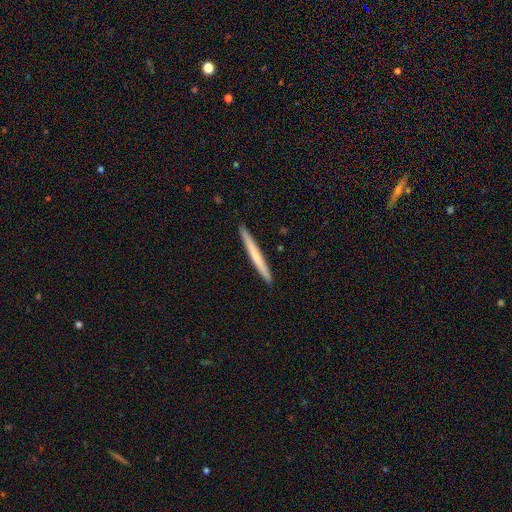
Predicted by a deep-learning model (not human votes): Smooth or featured?
  - smooth: 60% *
  - featured or disk: 35%
  - star or artifact: 5%
How rounded?
  - cigar-shaped: 97% *
  - in between: 2%
  - round: 1%
Merging?
  - none: 93% *
  - minor disturbance: 5%
  - major disturbance: 1%
  - merger: 1%